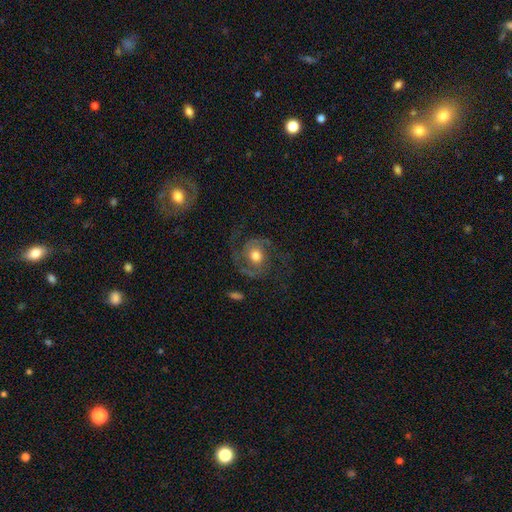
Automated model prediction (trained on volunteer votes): smooth_or_featured: featured or disk (p=0.82) [alt: smooth p=0.12]
disk_edge_on: no (p=0.98) [alt: yes p=0.02]
bar: no (p=0.74) [alt: weak p=0.21]
has_spiral_arms: yes (p=0.95) [alt: no p=0.05]
spiral_winding: medium (p=0.55) [alt: loose p=0.25]
spiral_arm_count: 2 (p=0.90) [alt: can't tell p=0.03]
bulge_size: moderate (p=0.68) [alt: large p=0.21]
merging: none (p=0.70) [alt: minor disturbance p=0.15]